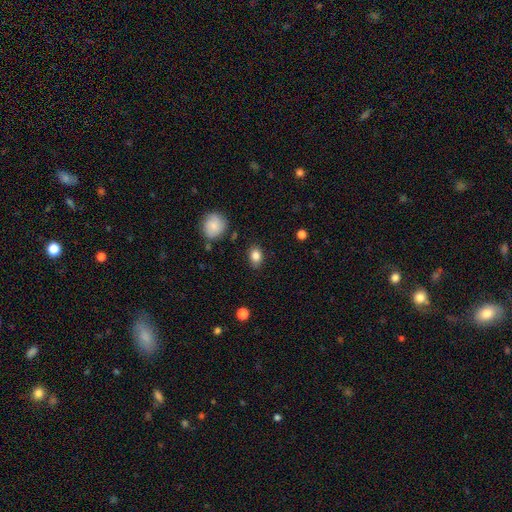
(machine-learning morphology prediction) Smooth or featured: smooth — 84% (star or artifact — 9%)
How rounded: in between — 69% (round — 30%)
Merging: none — 84% (minor disturbance — 11%)